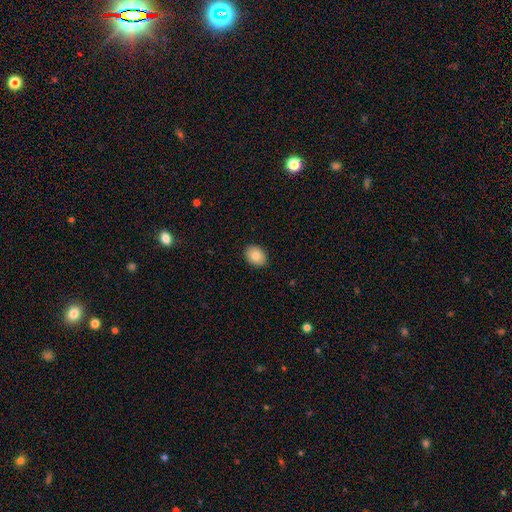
A smooth galaxy with no disk features (78%) that is in between round and cigar-shaped (71%). Merging: none (89%).